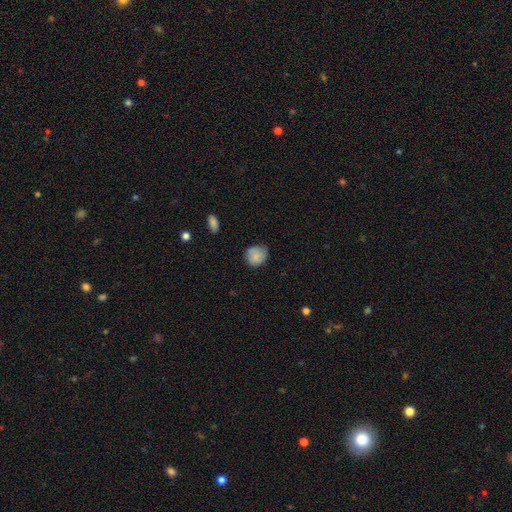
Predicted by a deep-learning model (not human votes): Smooth or featured? smooth (85%)
How rounded? round (84%)
Merging? none (76%)